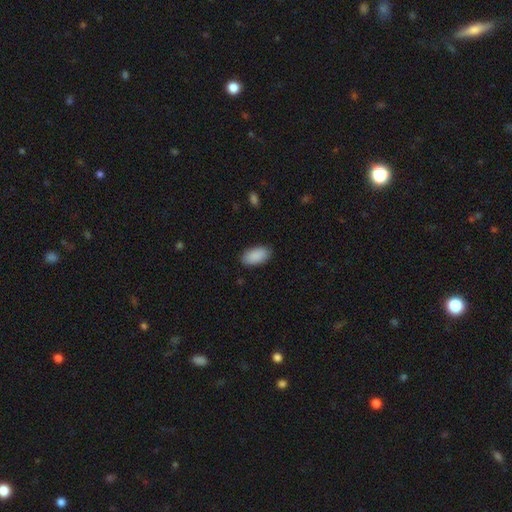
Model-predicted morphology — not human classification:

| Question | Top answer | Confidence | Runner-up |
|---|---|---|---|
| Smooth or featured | smooth | 91% | star or artifact (6%) |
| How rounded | in between | 94% | cigar-shaped (3%) |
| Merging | none | 88% | minor disturbance (9%) |